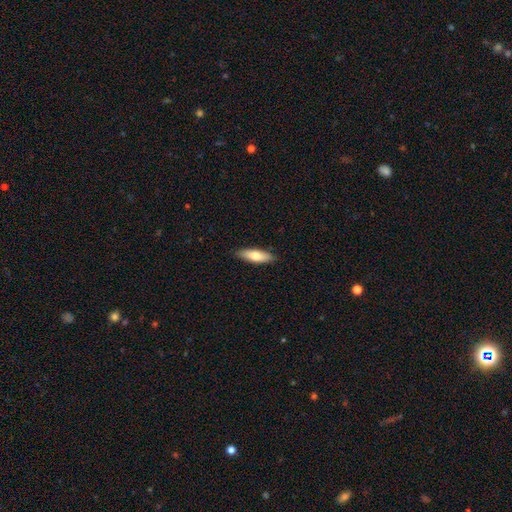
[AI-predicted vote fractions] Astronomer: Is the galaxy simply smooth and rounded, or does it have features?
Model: smooth — 71%.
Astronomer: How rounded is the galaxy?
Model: cigar-shaped — 49%, tied with in between at 49%.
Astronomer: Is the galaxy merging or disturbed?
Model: none — 88%.